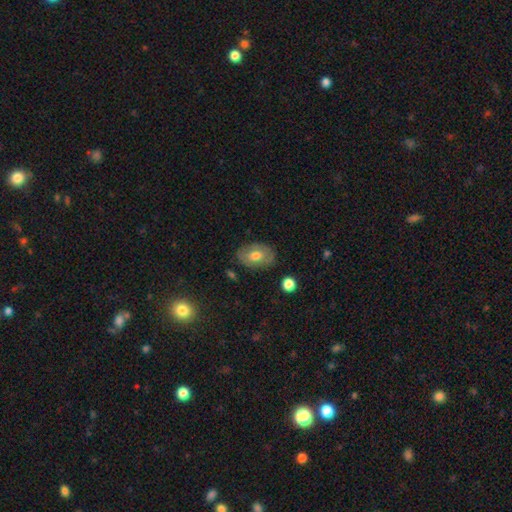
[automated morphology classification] A smooth galaxy with no disk features (64%) that is in between round and cigar-shaped (84%).

Vote fractions:
- Smooth or featured? smooth: 64% / featured or disk: 29% / star or artifact: 8%
- How rounded? in between: 84% / round: 14% / cigar-shaped: 1%
- Merging? none: 79% / minor disturbance: 15% / major disturbance: 4% / merger: 2%